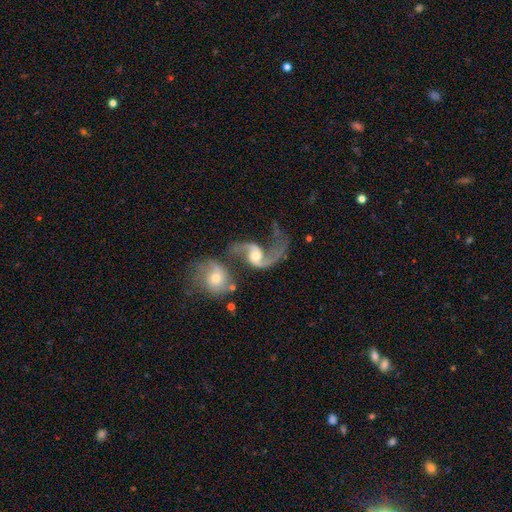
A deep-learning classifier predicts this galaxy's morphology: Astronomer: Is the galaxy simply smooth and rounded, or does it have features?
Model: featured or disk — 89%.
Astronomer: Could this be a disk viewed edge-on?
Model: no — 98%.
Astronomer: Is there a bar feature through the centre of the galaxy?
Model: no — 51% (runner-up: weak, 37%).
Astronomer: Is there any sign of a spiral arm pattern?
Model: yes — 96%.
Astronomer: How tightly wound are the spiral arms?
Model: loose — 73%.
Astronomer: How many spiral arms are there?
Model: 2 — 85%.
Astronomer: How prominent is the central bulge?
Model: moderate — 62%.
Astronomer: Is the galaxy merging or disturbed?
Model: merger — 43% (runner-up: none, 29%).